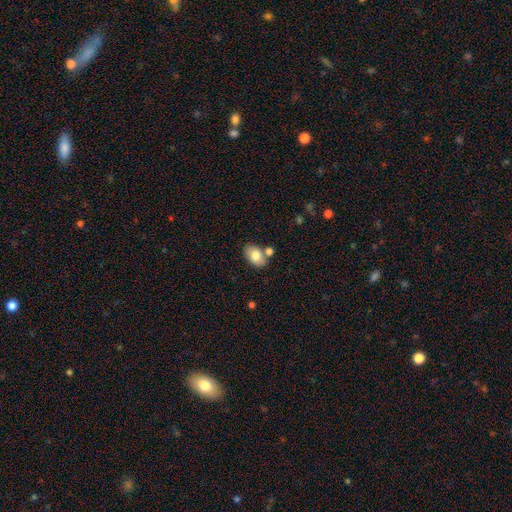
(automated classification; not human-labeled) Smooth or featured: smooth — 78% (featured or disk — 14%)
How rounded: in between — 84% (round — 14%)
Merging: none — 67% (merger — 16%)